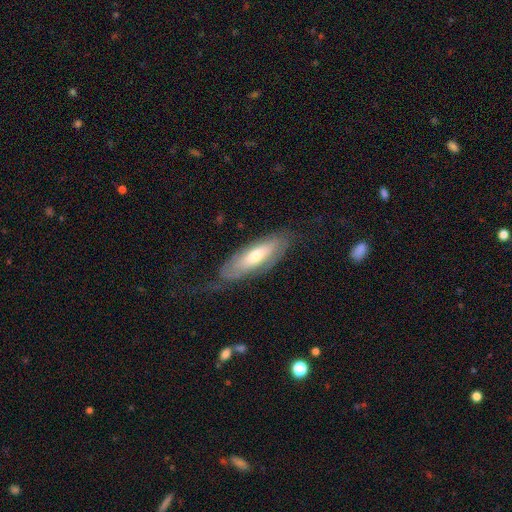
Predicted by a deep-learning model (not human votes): This is possibly a featured or disk galaxy (52%). It is likely not viewed edge-on (67%). Merging: possibly none (60%).